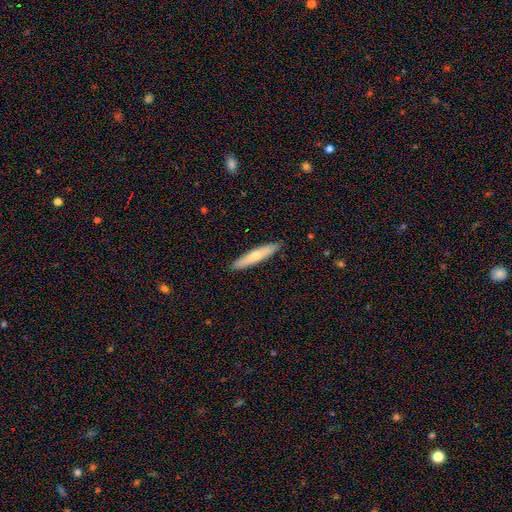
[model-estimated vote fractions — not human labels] Smooth or featured? smooth (61%)
How rounded? cigar-shaped (90%)
Merging? none (91%)